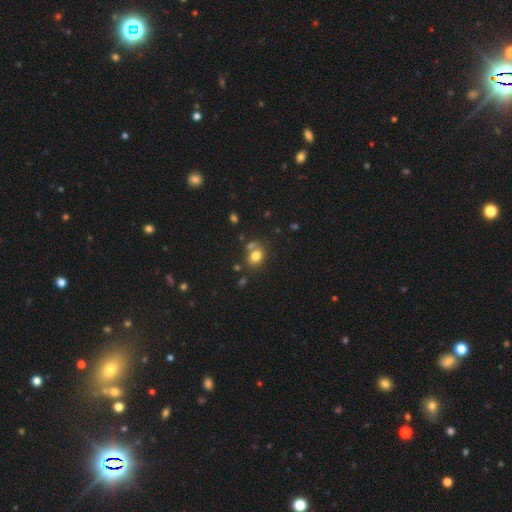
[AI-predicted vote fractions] A smooth galaxy with no disk features (78%) that is in between round and cigar-shaped (56%).

Vote fractions:
- Smooth or featured? smooth: 78% / star or artifact: 11% / featured or disk: 11%
- How rounded? in between: 56% / round: 42% / cigar-shaped: 1%
- Merging? none: 56% / merger: 22% / minor disturbance: 16% / major disturbance: 6%